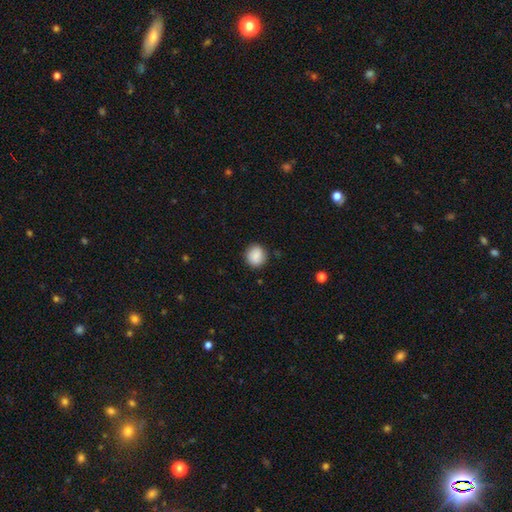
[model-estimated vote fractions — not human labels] This appears to be a smooth galaxy with no disk features (88%) that is round (83%). Merging: none (87%).